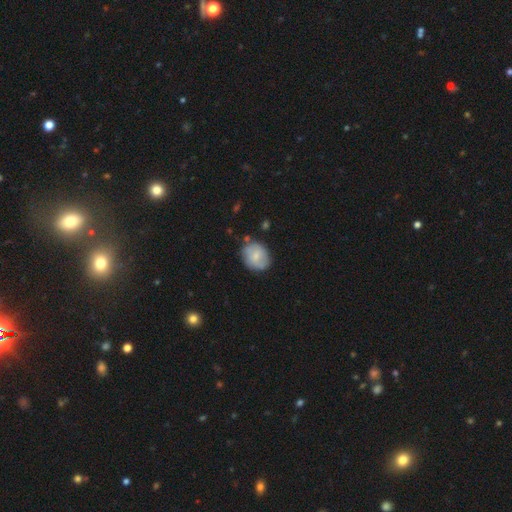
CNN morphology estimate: A smooth galaxy with no disk features (69%) that is round (57%).

Vote fractions:
- Smooth or featured? smooth: 69% / featured or disk: 24% / star or artifact: 7%
- How rounded? round: 57% / in between: 42% / cigar-shaped: 1%
- Merging? none: 71% / minor disturbance: 20% / major disturbance: 5% / merger: 4%